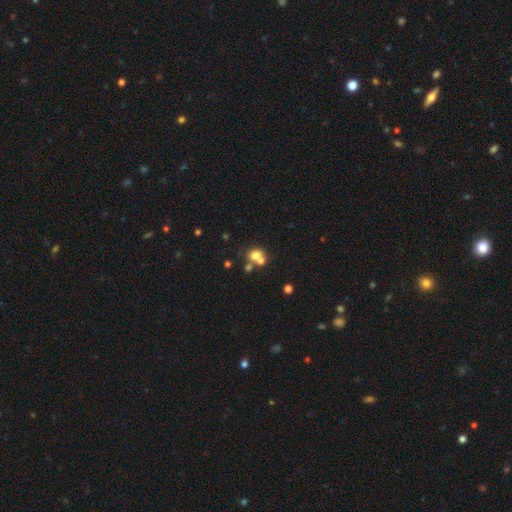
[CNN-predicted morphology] type=smooth (69%); roundness=round (74%); merging=merger (47%).